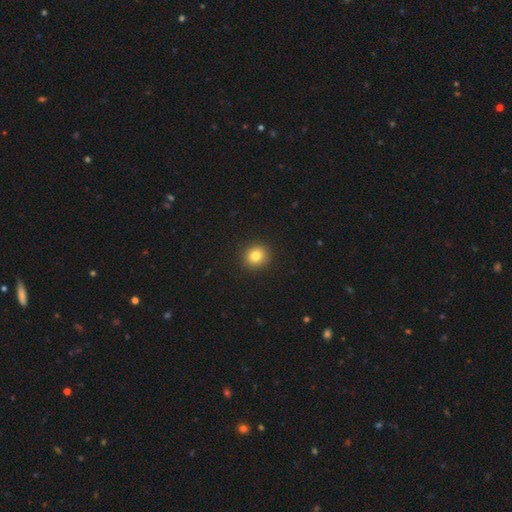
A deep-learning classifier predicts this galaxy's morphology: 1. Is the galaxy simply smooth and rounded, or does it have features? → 82% smooth, 11% star or artifact, 7% featured or disk.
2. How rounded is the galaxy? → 89% round, 10% in between, 1% cigar-shaped.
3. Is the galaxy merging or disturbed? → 92% none, 5% minor disturbance, 2% major disturbance, 1% merger.